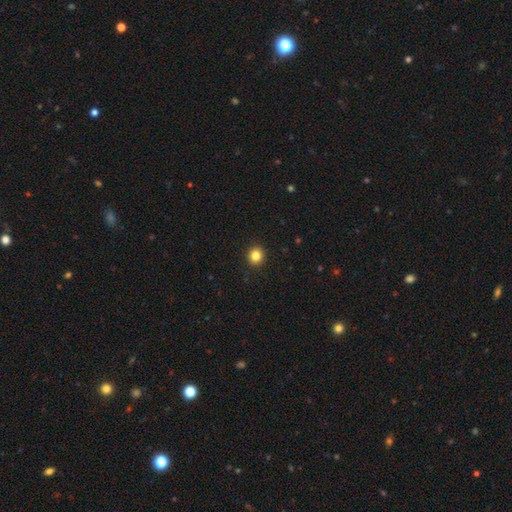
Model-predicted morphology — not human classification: smooth-or-featured: smooth: 84% | star or artifact: 11% | featured or disk: 5%
  how-rounded: round: 90% | in between: 10% | cigar-shaped: 1%
  merging: none: 93% | minor disturbance: 4% | major disturbance: 1% | merger: 1%